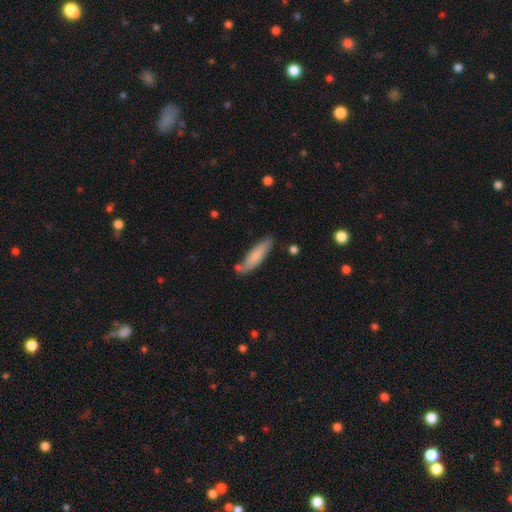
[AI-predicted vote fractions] Smooth or featured: smooth — 77% (featured or disk — 17%)
How rounded: cigar-shaped — 70% (in between — 28%)
Merging: none — 71% (minor disturbance — 19%)